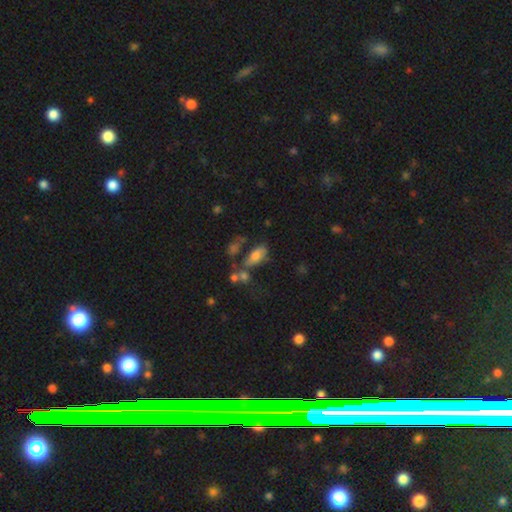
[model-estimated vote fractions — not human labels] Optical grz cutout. It shows a smooth galaxy with no disk features (72%) that is in between round and cigar-shaped (84%). Merging: none (43%).